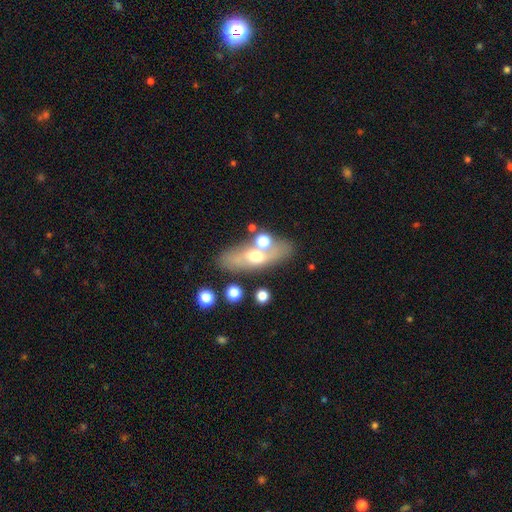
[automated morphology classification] A smooth galaxy with no disk features (48%).

Vote fractions:
- Smooth or featured? smooth: 48% / featured or disk: 43% / star or artifact: 10%
- Merging? none: 62% / merger: 17% / minor disturbance: 14% / major disturbance: 7%